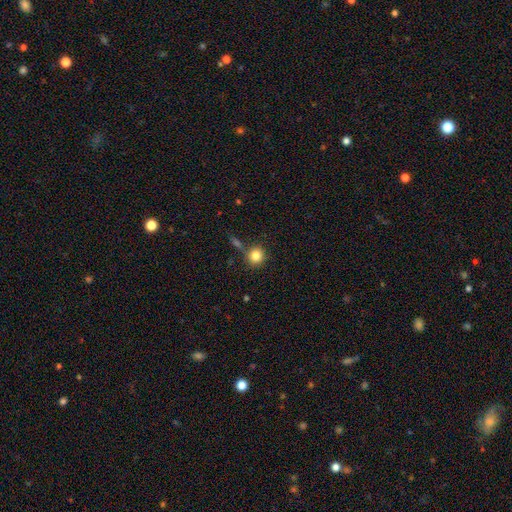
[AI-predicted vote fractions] A smooth galaxy with no disk features (83%) that is round (89%). Merging: none (73%).